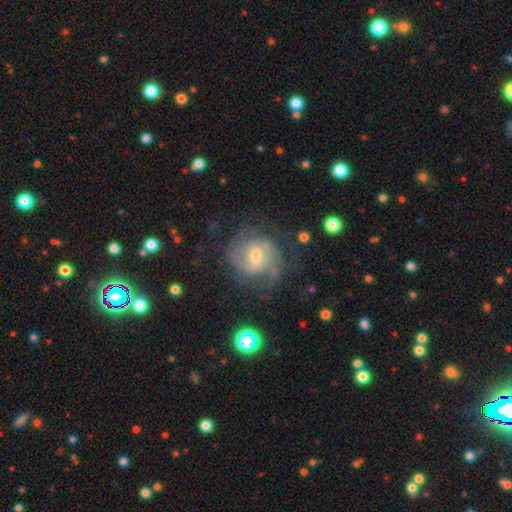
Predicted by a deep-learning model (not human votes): A featured or disk galaxy (81%) with a weak bar (56%), 2 (57%) medium (48%) spiral arms (94%) and a moderate central bulge (51%). Merging: none (65%).